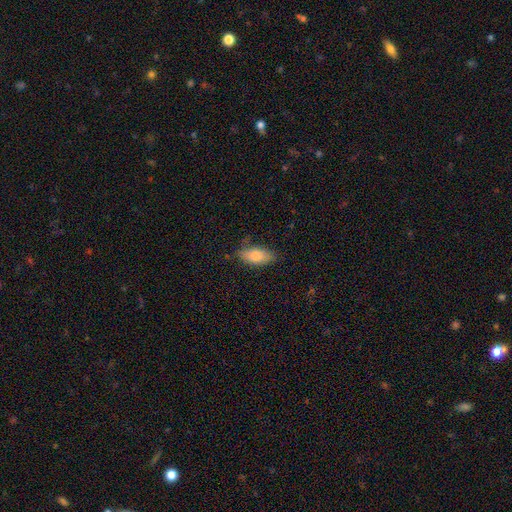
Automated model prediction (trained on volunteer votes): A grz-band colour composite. It shows a smooth galaxy with no disk features (80%) that is in between round and cigar-shaped (86%). Merging: none (72%).